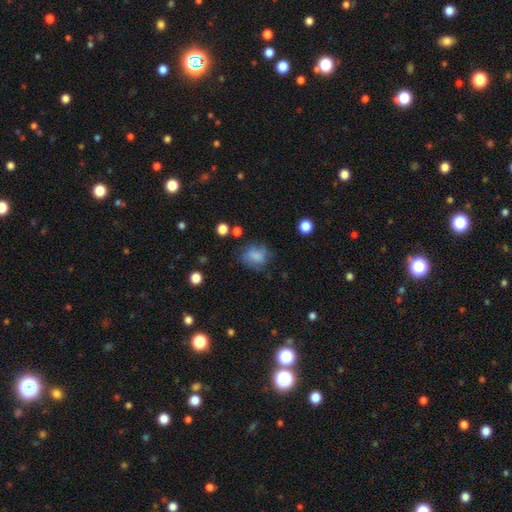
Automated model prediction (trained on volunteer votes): Smooth or featured: smooth — 76% (featured or disk — 13%)
How rounded: round — 52% (in between — 46%)
Merging: none — 59% (minor disturbance — 24%)